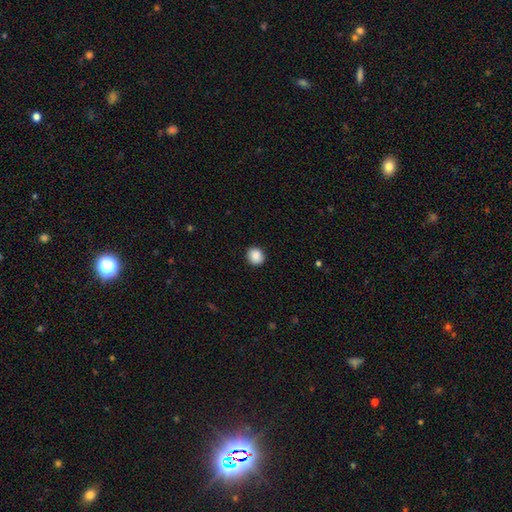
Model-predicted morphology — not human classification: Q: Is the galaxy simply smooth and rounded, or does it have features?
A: smooth — 89%.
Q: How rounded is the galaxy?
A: round — 86%.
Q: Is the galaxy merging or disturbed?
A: none — 91%.